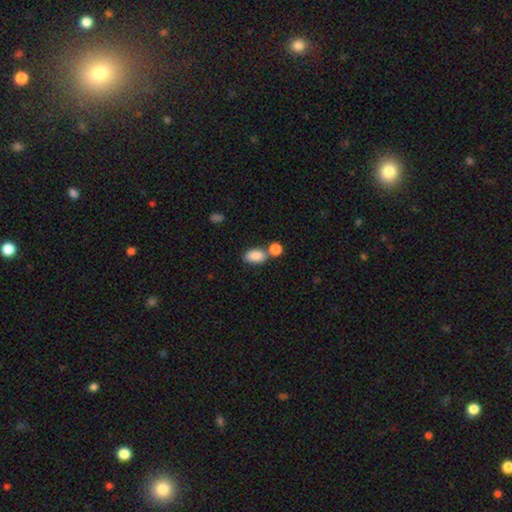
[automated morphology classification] Smooth or featured: smooth — 86% (star or artifact — 8%)
How rounded: in between — 89% (round — 10%)
Merging: none — 51% (merger — 34%)